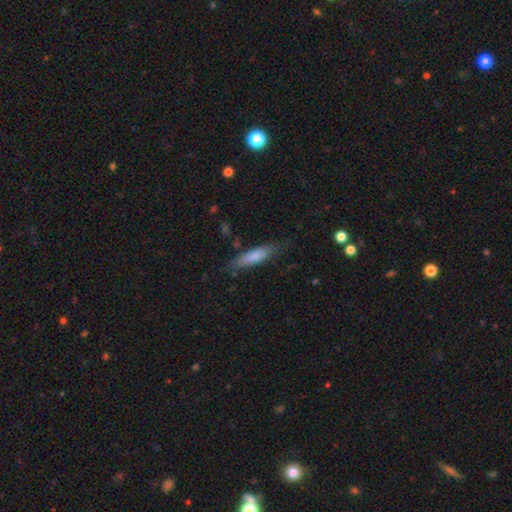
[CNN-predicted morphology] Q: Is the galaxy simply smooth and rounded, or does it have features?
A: smooth — 74%.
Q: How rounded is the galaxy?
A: cigar-shaped — 71%.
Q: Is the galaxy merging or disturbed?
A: none — 77%.